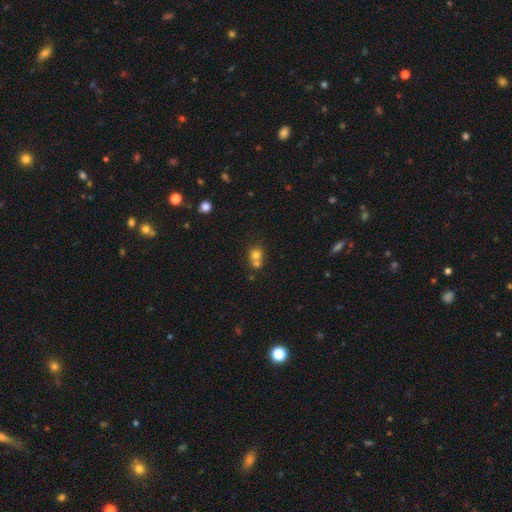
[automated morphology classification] Smooth or featured? Predicted: smooth (p=0.74). How rounded? Predicted: round (p=0.79). Merging? Predicted: merger (p=0.54).